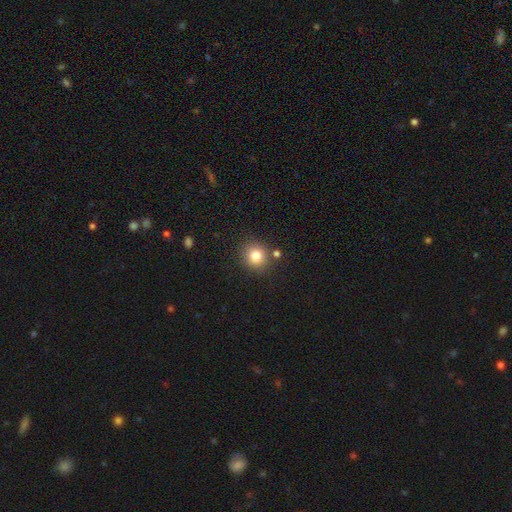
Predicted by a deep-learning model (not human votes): The model was most divided on "smooth or featured": smooth: 79%, star or artifact: 12%, featured or disk: 8%. More confident: how rounded — round (88%); merging — none (82%).